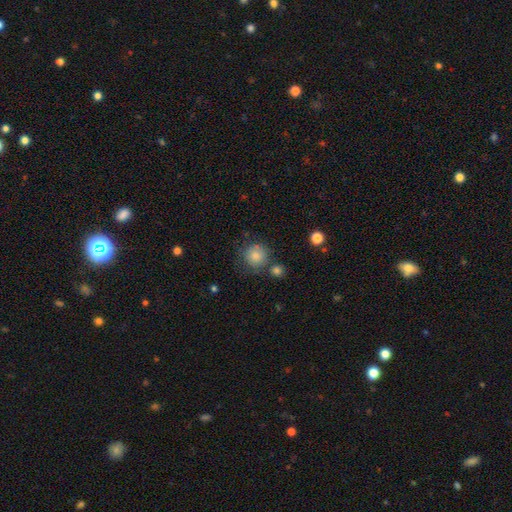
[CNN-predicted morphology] A smooth galaxy with no disk features (84%) that is round (92%). Merging: none (73%).